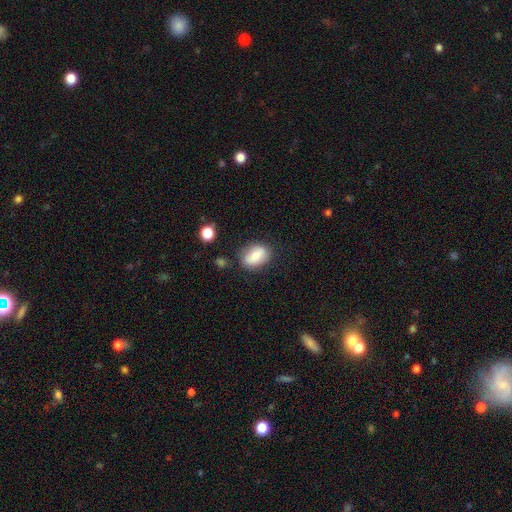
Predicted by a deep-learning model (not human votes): The model was most divided on "smooth or featured": smooth: 69%, featured or disk: 23%, star or artifact: 8%. More confident: how rounded — in between (77%); merging — none (75%).